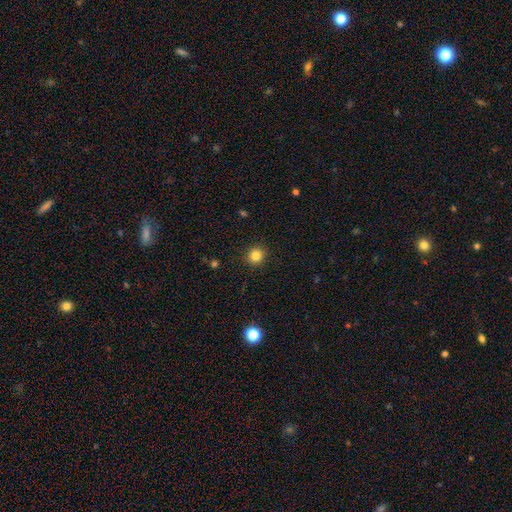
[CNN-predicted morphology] smooth-or-featured: smooth: 84% | star or artifact: 12% | featured or disk: 5%
  how-rounded: round: 92% | in between: 7% | cigar-shaped: 1%
  merging: none: 91% | minor disturbance: 6% | major disturbance: 2% | merger: 1%